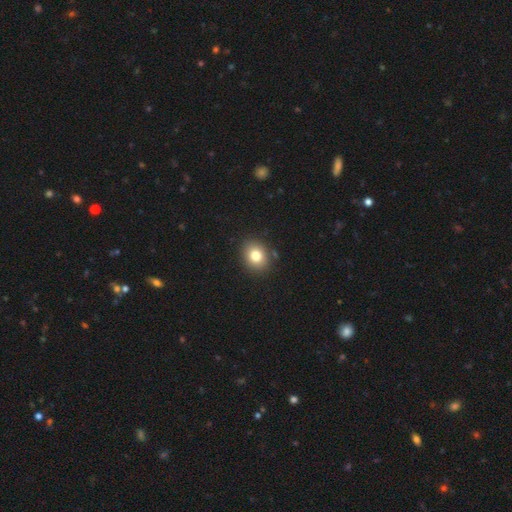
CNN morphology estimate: Q: Smooth or featured?
A: smooth (80%); runner-up: star or artifact (11%)
Q: How rounded?
A: round (59%); runner-up: in between (40%)
Q: Merging?
A: none (87%); runner-up: minor disturbance (8%)